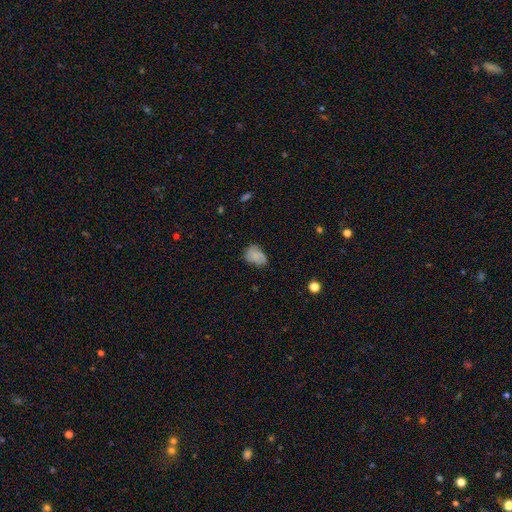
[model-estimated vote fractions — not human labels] Overall: smooth (70%). How rounded: in between (75%). Merging: none (57%; minor disturbance 31%).